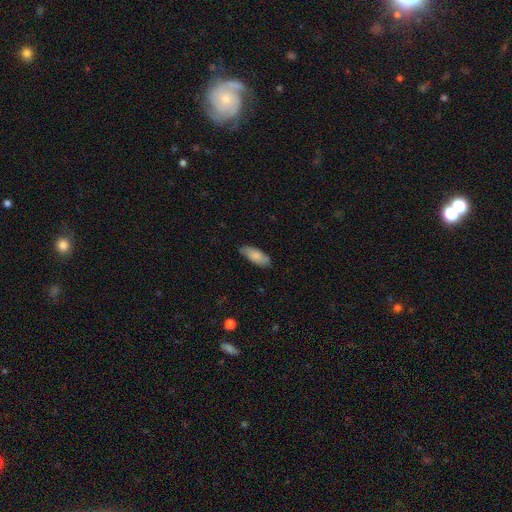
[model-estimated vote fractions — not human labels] Smooth or featured? smooth (82%)
How rounded? in between (77%)
Merging? none (79%)